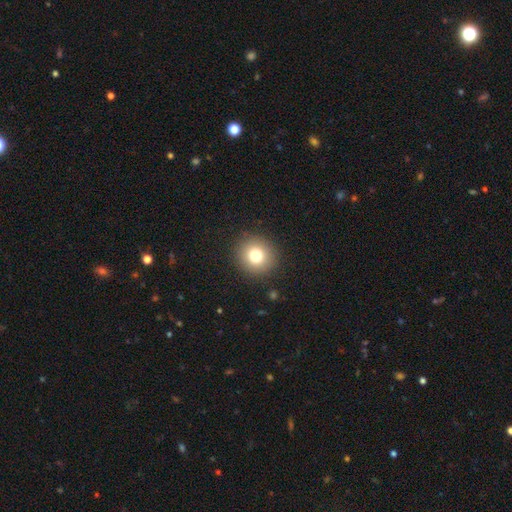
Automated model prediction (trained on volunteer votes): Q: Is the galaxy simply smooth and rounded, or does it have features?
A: smooth — 78%.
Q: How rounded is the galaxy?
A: round — 90%.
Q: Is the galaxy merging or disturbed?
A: none — 90%.